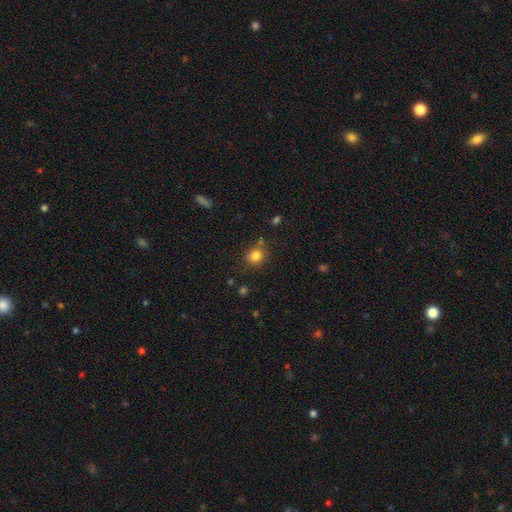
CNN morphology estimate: Smooth or featured? smooth (82%)
How rounded? round (71%)
Merging? none (73%)